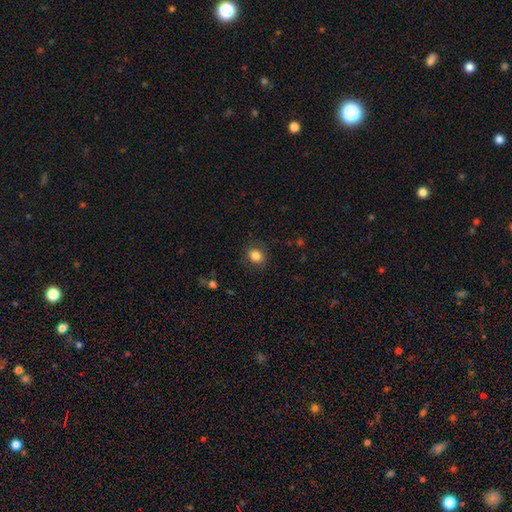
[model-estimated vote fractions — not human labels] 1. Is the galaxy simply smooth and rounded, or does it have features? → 85% smooth, 10% star or artifact, 5% featured or disk.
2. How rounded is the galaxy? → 60% round, 39% in between, 1% cigar-shaped.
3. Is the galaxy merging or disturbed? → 85% none, 11% minor disturbance, 3% major disturbance, 1% merger.